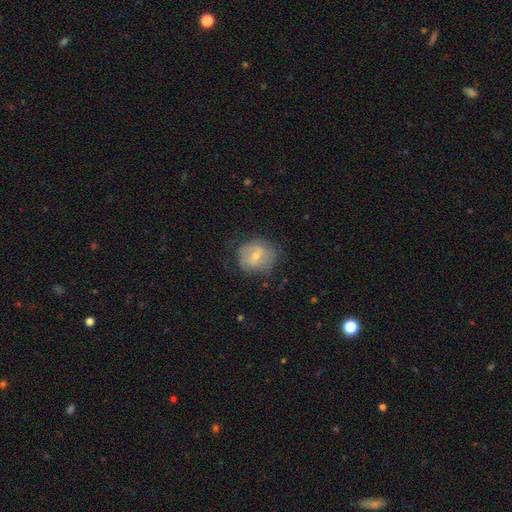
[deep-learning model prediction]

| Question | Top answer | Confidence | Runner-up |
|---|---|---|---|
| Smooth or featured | featured or disk | 48% | smooth (44%) |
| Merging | none | 65% | minor disturbance (24%) |